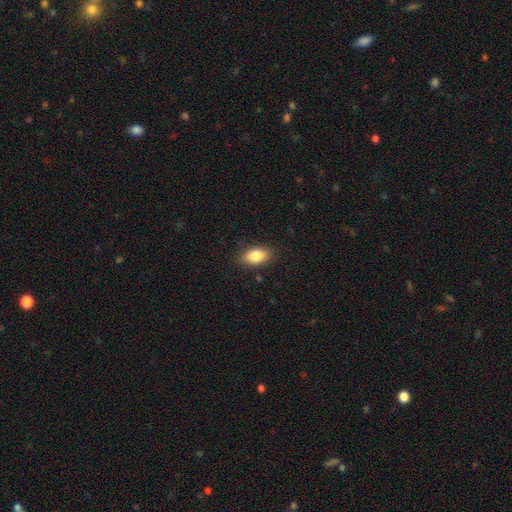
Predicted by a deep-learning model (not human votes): The model was most divided on "merging": none: 86%, minor disturbance: 11%, major disturbance: 3%, merger: 1%. More confident: how rounded — in between (90%); smooth or featured — smooth (85%).